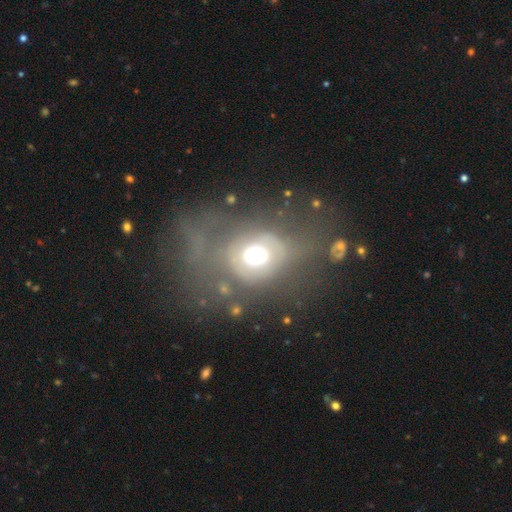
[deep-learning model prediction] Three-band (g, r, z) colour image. It shows a smooth galaxy with no disk features (49%). Merging: major disturbance (42%).